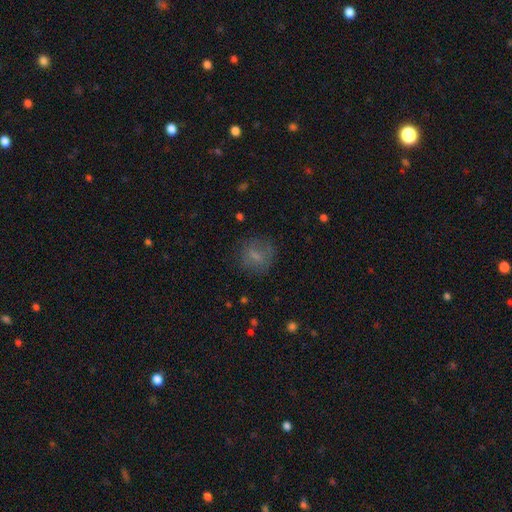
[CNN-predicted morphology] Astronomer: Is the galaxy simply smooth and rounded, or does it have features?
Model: smooth — 68%.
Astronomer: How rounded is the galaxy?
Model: round — 78%.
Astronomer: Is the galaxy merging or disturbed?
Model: none — 74%.